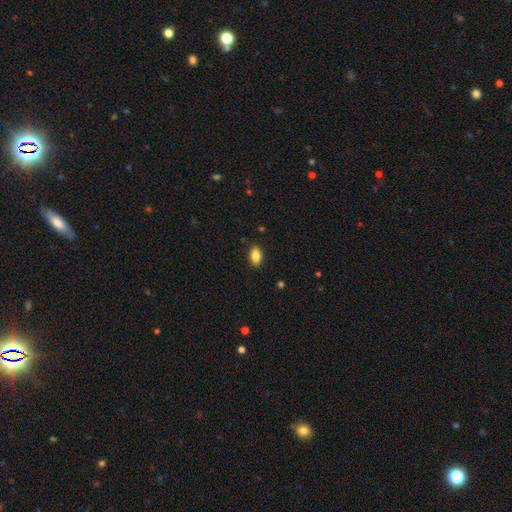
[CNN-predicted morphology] This appears to be a smooth galaxy with no disk features (85%) that is in between round and cigar-shaped (90%). Merging: none (88%).